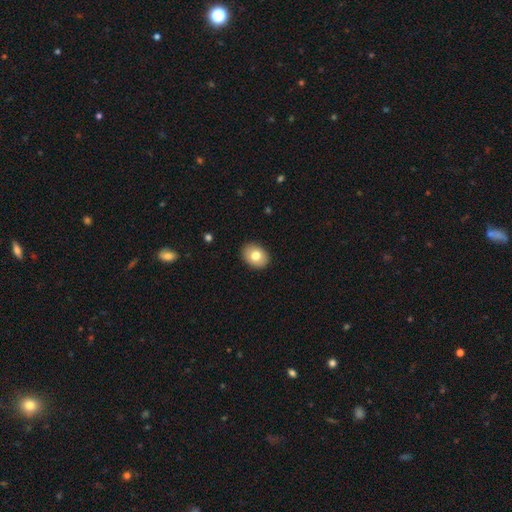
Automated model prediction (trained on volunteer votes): Smooth or featured? Predicted: smooth (p=0.78). How rounded? Predicted: in between (p=0.60). Merging? Predicted: none (p=0.90).